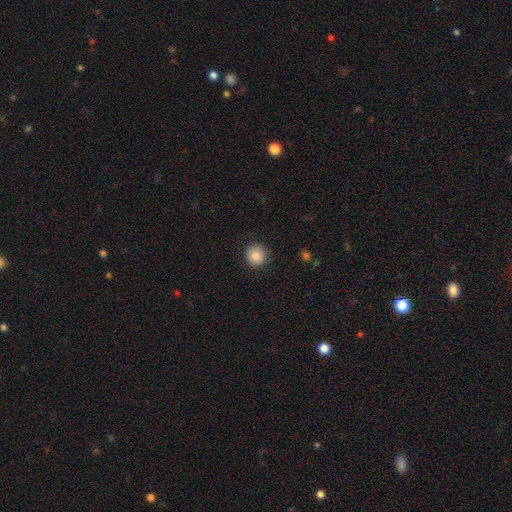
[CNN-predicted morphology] A smooth galaxy with no disk features (87%) that is round (94%).

Vote fractions:
- Smooth or featured? smooth: 87% / star or artifact: 9% / featured or disk: 4%
- How rounded? round: 94% / in between: 5% / cigar-shaped: 1%
- Merging? none: 90% / minor disturbance: 7% / major disturbance: 2% / merger: 1%